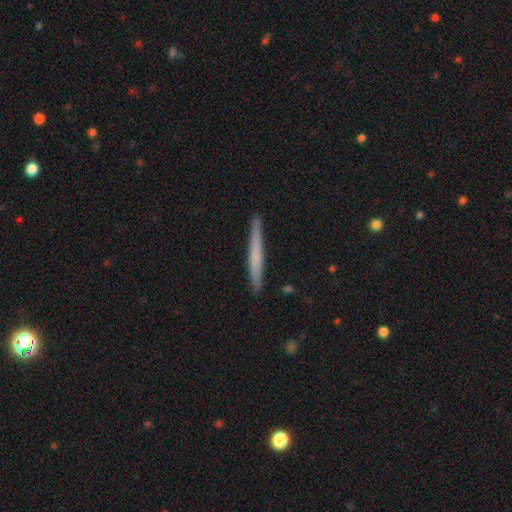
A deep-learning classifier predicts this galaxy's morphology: This appears to be a smooth galaxy with no disk features (59%) that is cigar-shaped (97%). Merging: none (91%).